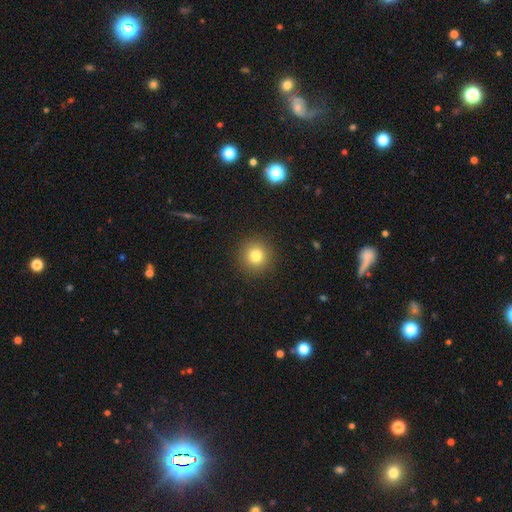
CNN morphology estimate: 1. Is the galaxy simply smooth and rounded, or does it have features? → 80% smooth, 12% star or artifact, 8% featured or disk.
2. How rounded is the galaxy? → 94% round, 5% in between, 1% cigar-shaped.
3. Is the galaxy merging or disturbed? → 91% none, 6% minor disturbance, 2% major disturbance, 1% merger.